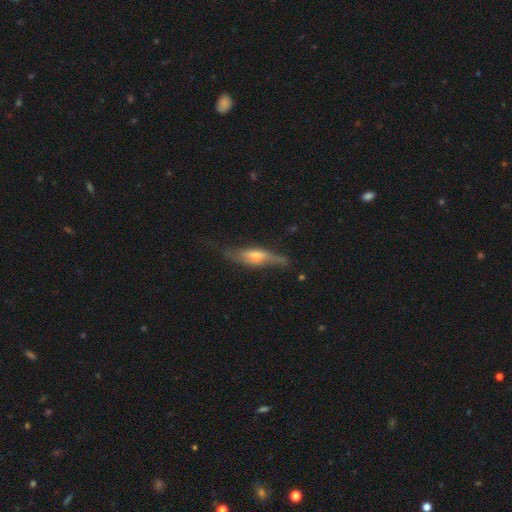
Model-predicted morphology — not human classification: This appears to be a featured or disk galaxy (62%) viewed edge-on (72%). Merging: none (56%).